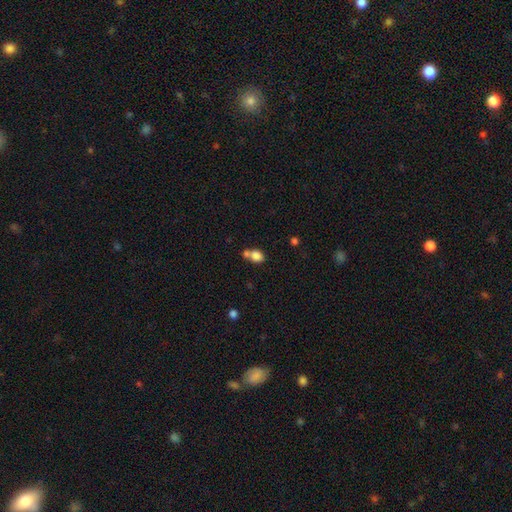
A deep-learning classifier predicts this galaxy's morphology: Smooth or featured?
  - smooth: 82% *
  - star or artifact: 10%
  - featured or disk: 8%
How rounded?
  - in between: 55% *
  - round: 43%
  - cigar-shaped: 1%
Merging?
  - none: 43% *
  - merger: 42%
  - minor disturbance: 11%
  - major disturbance: 4%